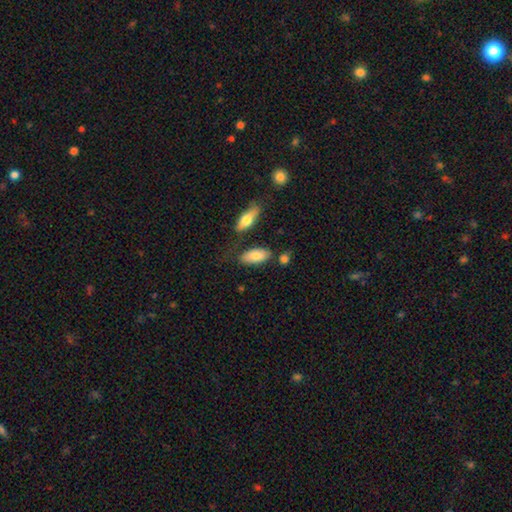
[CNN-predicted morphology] smooth 78%, featured or disk 16%, star or artifact 6%. Down the decision tree: how rounded — in between (88%); merging — none (70%).